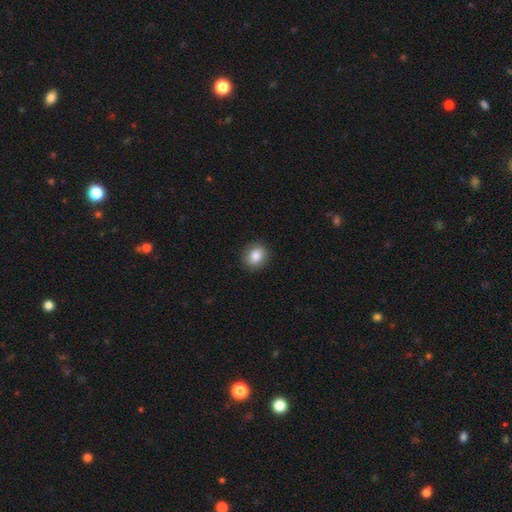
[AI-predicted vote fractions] Smooth or featured: smooth — 86% (star or artifact — 8%)
How rounded: round — 70% (in between — 29%)
Merging: none — 89% (minor disturbance — 8%)